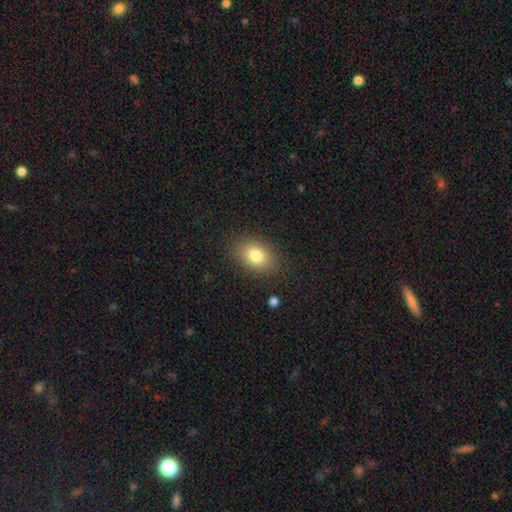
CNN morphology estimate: smooth-or-featured: smooth: 80% | featured or disk: 10% | star or artifact: 10%
  how-rounded: in between: 77% | round: 22% | cigar-shaped: 1%
  merging: none: 86% | minor disturbance: 9% | major disturbance: 3% | merger: 1%